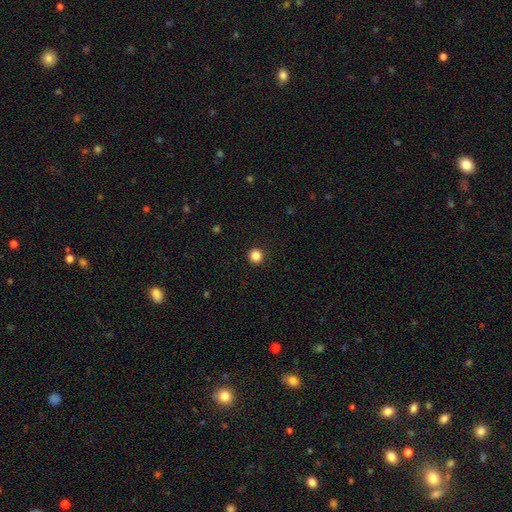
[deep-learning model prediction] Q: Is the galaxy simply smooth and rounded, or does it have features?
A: smooth — 86%.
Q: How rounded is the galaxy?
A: round — 93%.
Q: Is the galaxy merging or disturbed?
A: none — 93%.